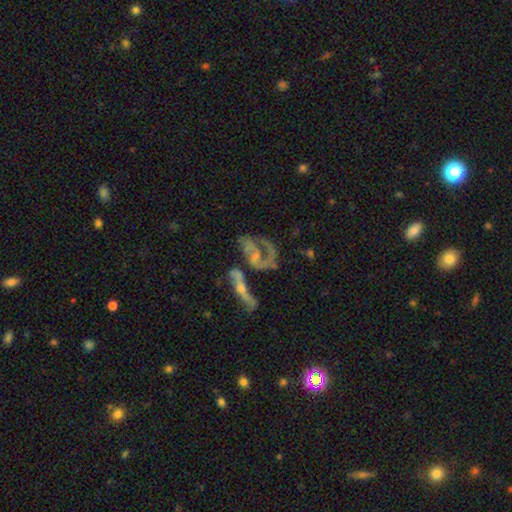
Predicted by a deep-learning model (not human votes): A featured or disk galaxy (69%) with no bar (71%), spiral arms (62%) and no central bulge (44%).

Vote fractions:
- Smooth or featured? featured or disk: 69% / smooth: 19% / star or artifact: 12%
- Edge-on disk? no: 93% / yes: 7%
- Bar? no: 71% / weak: 21% / strong: 8%
- Spiral arms? yes: 62% / no: 38%
- Bulge size? none: 44% / small: 30% / moderate: 20% / large: 4% / dominant: 2%
- Merging? merger: 36% / major disturbance: 31% / none: 22% / minor disturbance: 11%